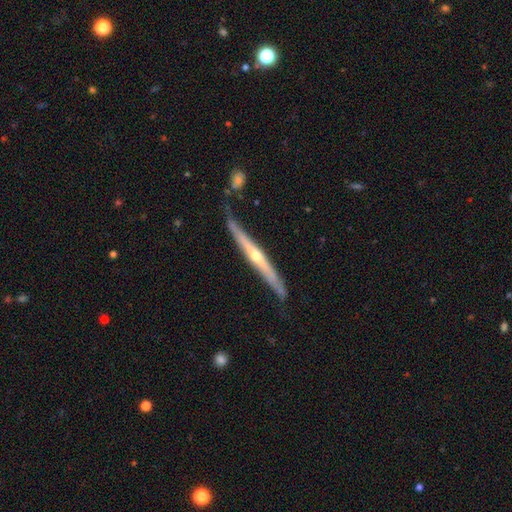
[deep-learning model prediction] featured or disk 74%, smooth 21%, star or artifact 5%. Down the decision tree: edge-on disk — yes (96%); edge-on bulge — rounded (74%); merging — none (76%).